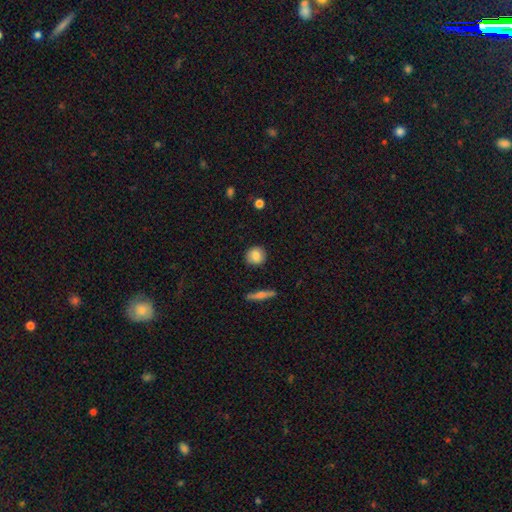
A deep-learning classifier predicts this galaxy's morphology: type=smooth (83%); roundness=round (89%); merging=none (90%).